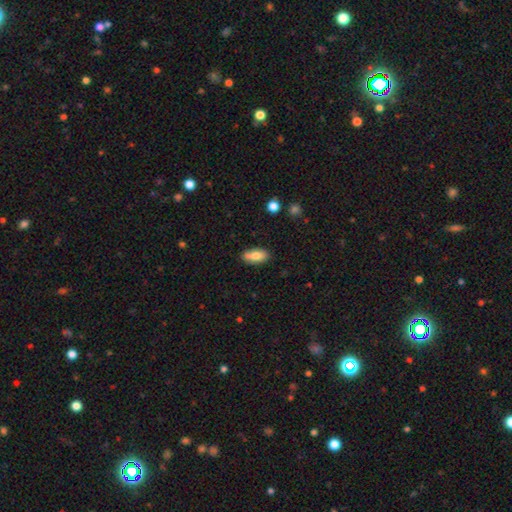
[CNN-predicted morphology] smooth_or_featured: smooth (p=0.78) [alt: featured or disk p=0.15]
how_rounded: in between (p=0.88) [alt: cigar-shaped p=0.09]
merging: none (p=0.78) [alt: minor disturbance p=0.16]